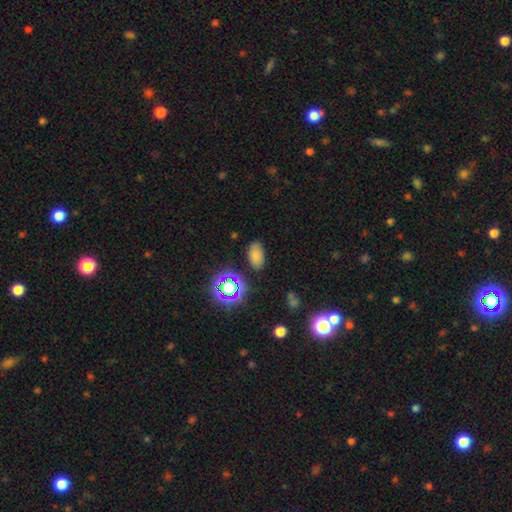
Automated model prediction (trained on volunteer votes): This appears to be a smooth galaxy with no disk features (73%) that is in between round and cigar-shaped (90%). Merging: none (83%).